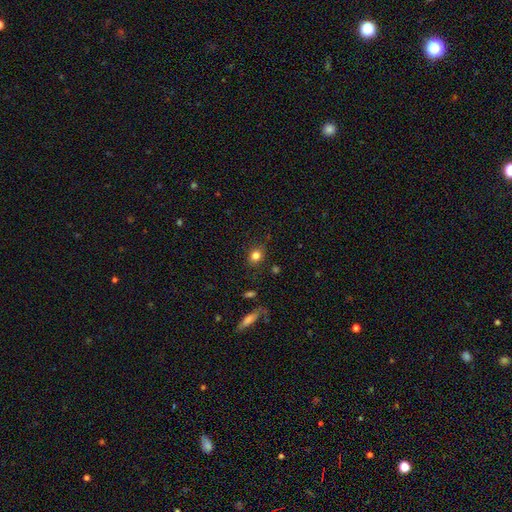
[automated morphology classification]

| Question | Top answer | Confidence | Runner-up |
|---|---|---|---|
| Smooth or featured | smooth | 81% | star or artifact (12%) |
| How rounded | round | 74% | in between (25%) |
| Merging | none | 83% | minor disturbance (11%) |